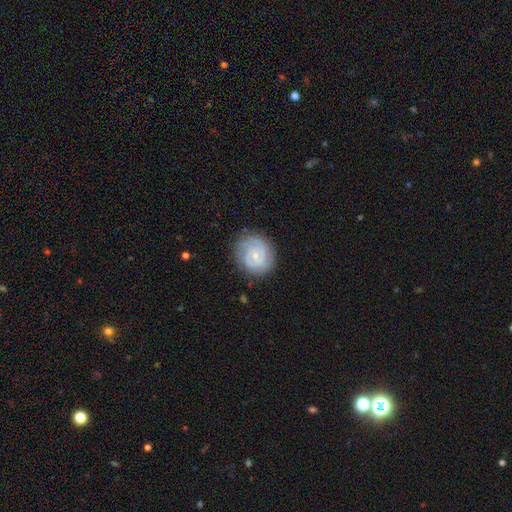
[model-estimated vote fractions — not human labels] Smooth or featured? Predicted: featured or disk (p=0.73). Edge-on disk? Predicted: no (p=0.98). Bar? Predicted: no (p=0.61). Spiral arms? Predicted: yes (p=0.93). Spiral winding? Predicted: tight (p=0.67). Spiral arm count? Predicted: 2 (p=0.46). Bulge size? Predicted: small (p=0.73). Merging? Predicted: none (p=0.81).